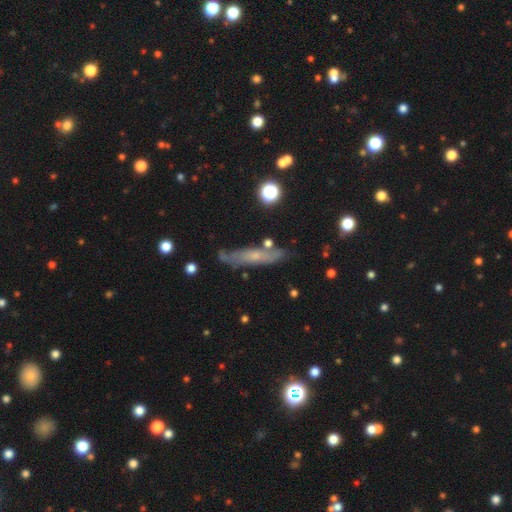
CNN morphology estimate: featured or disk 50%, smooth 41%, star or artifact 9%. Down the decision tree: edge-on disk — yes (68%); merging — none (75%).